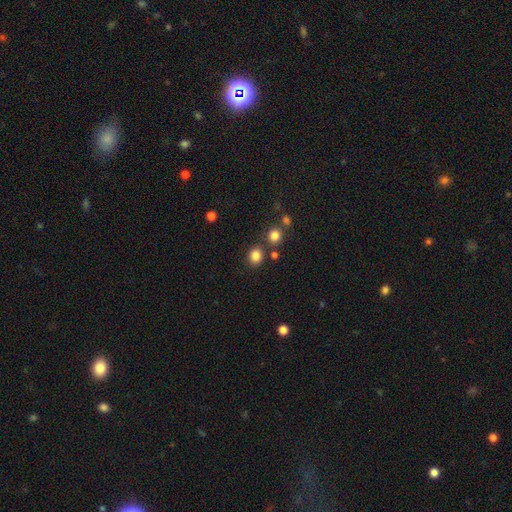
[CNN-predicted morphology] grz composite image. It shows a smooth galaxy with no disk features (83%) that is round (72%). Merging: none (78%).